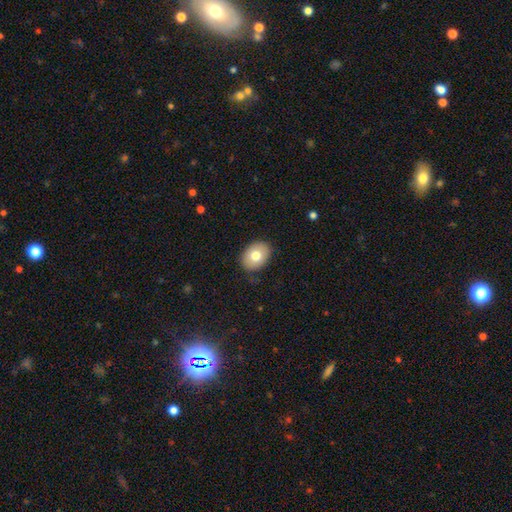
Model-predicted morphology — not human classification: Smooth or featured?
  - smooth: 75% *
  - featured or disk: 17%
  - star or artifact: 8%
How rounded?
  - in between: 70% *
  - round: 29%
  - cigar-shaped: 1%
Merging?
  - none: 86% *
  - minor disturbance: 11%
  - major disturbance: 2%
  - merger: 1%